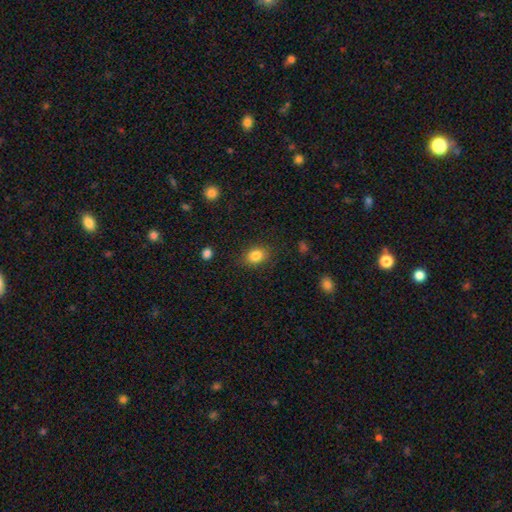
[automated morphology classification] The model was most divided on "how rounded": in between: 59%, round: 40%, cigar-shaped: 1%. More confident: merging — none (84%); smooth or featured — smooth (84%).